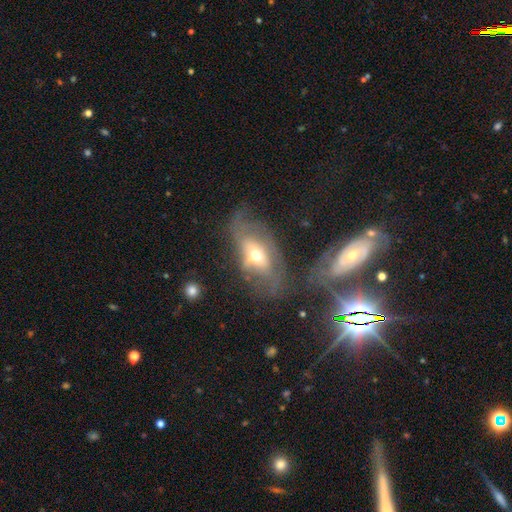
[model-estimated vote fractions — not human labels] This appears to be a featured or disk galaxy (50%). Merging: major disturbance (40%).